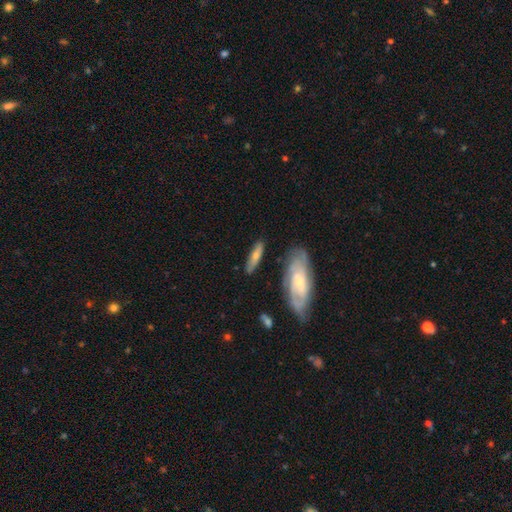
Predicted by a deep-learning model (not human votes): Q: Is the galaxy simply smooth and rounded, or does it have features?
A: smooth — 53%.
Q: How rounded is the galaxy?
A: cigar-shaped — 60%.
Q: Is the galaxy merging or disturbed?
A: none — 76%.